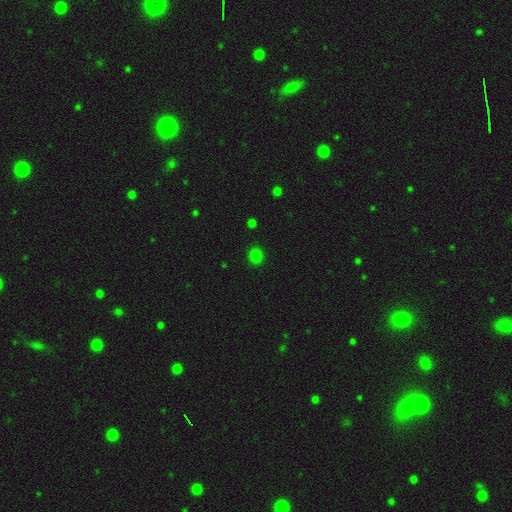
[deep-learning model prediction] smooth-or-featured: smooth: 79% | star or artifact: 17% | featured or disk: 4%
  how-rounded: round: 75% | in between: 24% | cigar-shaped: 1%
  merging: none: 89% | minor disturbance: 7% | major disturbance: 2% | merger: 1%